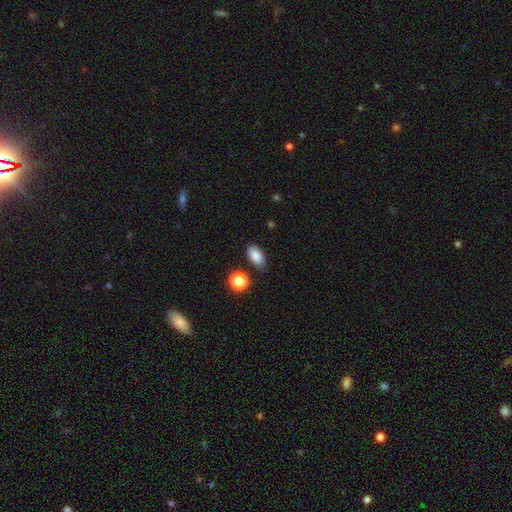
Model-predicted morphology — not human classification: type=smooth (85%); roundness=in between (90%); merging=none (78%).